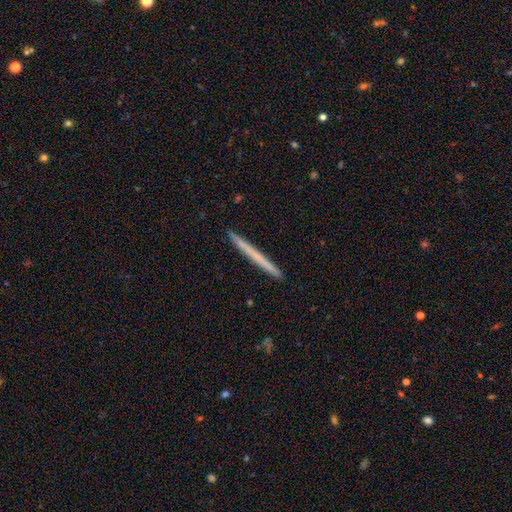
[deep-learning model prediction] Smooth or featured?
  - smooth: 57% *
  - featured or disk: 38%
  - star or artifact: 6%
How rounded?
  - cigar-shaped: 98% *
  - in between: 1%
  - round: 1%
Merging?
  - none: 93% *
  - minor disturbance: 5%
  - major disturbance: 1%
  - merger: 1%